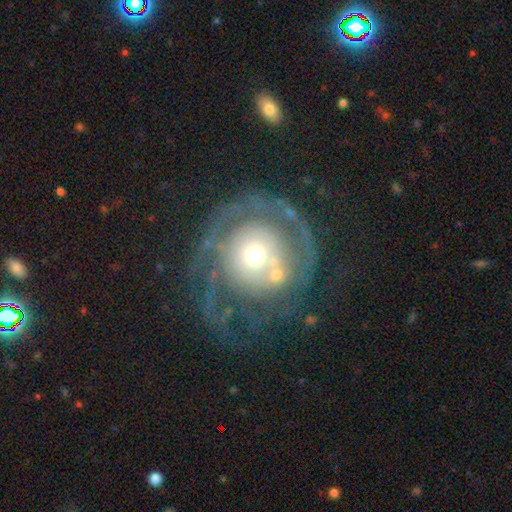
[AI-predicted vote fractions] The model was most divided on "bulge size": moderate: 50%, small: 36%, large: 10%, dominant: 2%, none: 1%. More confident: edge-on disk — no (97%); bar — no (85%); smooth or featured — featured or disk (73%); spiral arms — yes (69%); merging — none (54%).